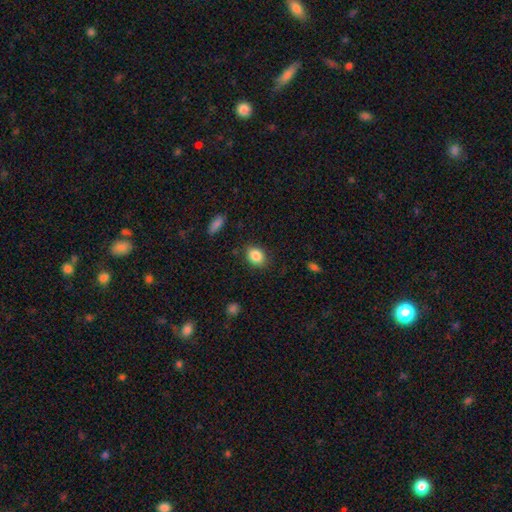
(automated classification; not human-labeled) This is clearly a smooth galaxy (86%). How rounded: likely in between (64%). Merging: clearly none (84%).